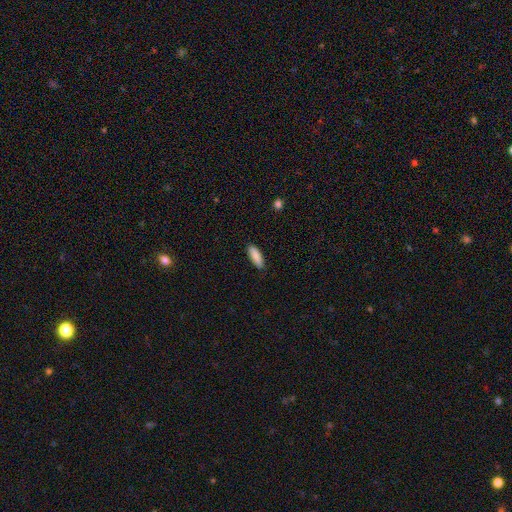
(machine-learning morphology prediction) This is clearly a smooth galaxy (89%). How rounded: likely in between (60%). Merging: clearly none (87%).